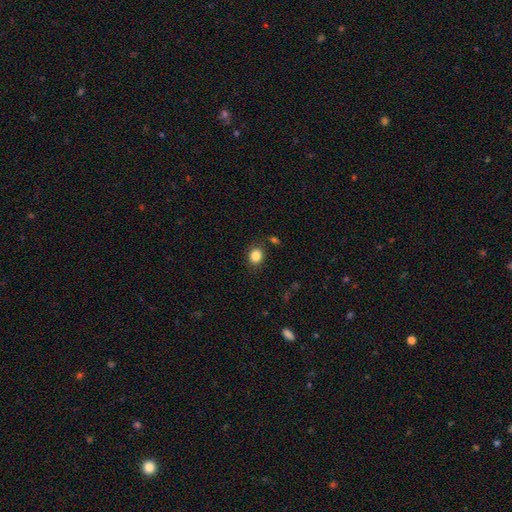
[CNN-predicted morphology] Q: Smooth or featured?
A: smooth (86%); runner-up: star or artifact (10%)
Q: How rounded?
A: round (61%); runner-up: in between (39%)
Q: Merging?
A: none (82%); runner-up: minor disturbance (11%)